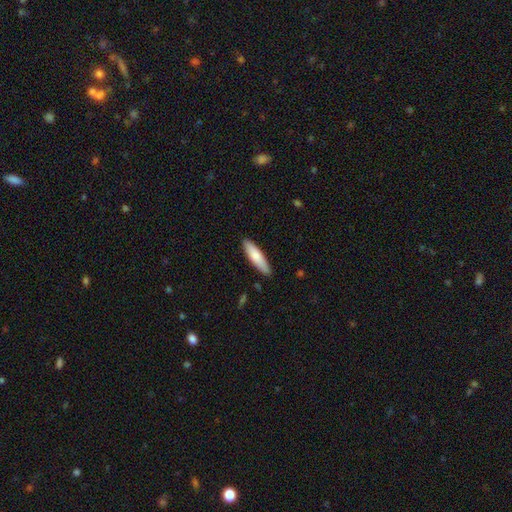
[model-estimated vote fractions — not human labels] smooth_or_featured: smooth (p=0.79) [alt: featured or disk p=0.15]
how_rounded: cigar-shaped (p=0.71) [alt: in between p=0.28]
merging: none (p=0.88) [alt: minor disturbance p=0.10]